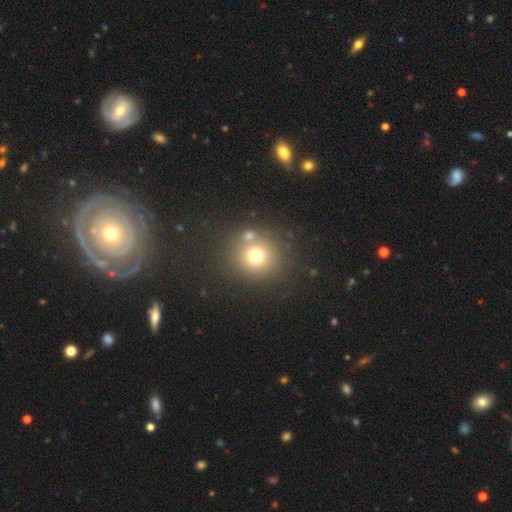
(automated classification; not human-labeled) A smooth galaxy with no disk features (71%) that is round (90%). Merging: none (73%).